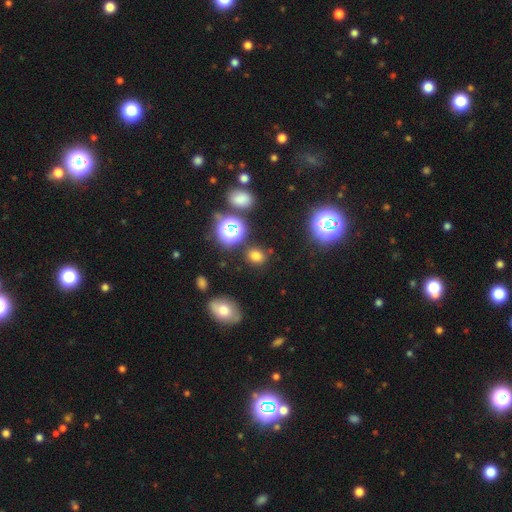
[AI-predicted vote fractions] Smooth or featured? smooth (69%)
How rounded? round (60%)
Merging? none (80%)